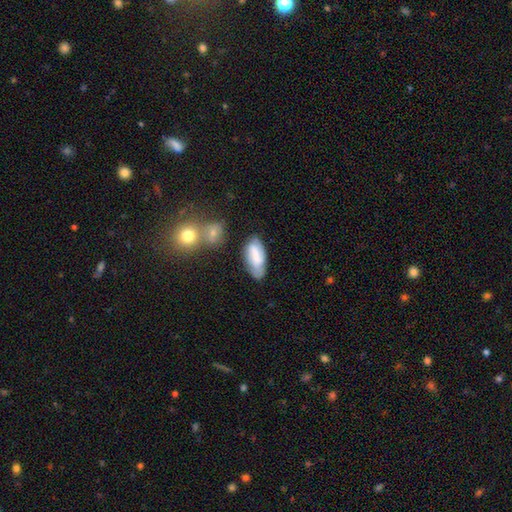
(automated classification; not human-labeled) Smooth or featured?
  - smooth: 60% *
  - featured or disk: 33%
  - star or artifact: 7%
How rounded?
  - in between: 86% *
  - cigar-shaped: 12%
  - round: 2%
Merging?
  - none: 62% *
  - minor disturbance: 25%
  - major disturbance: 7%
  - merger: 5%